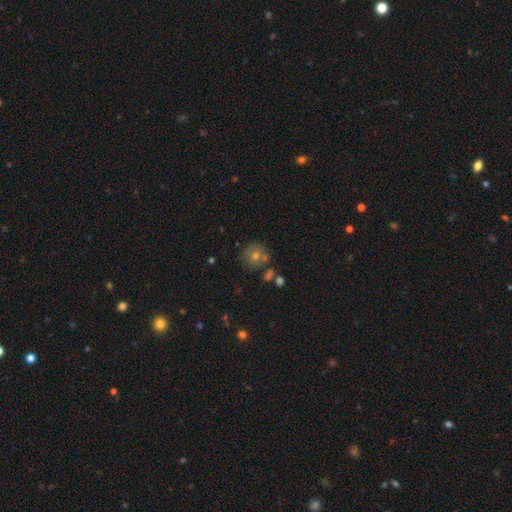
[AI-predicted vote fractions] Q: Smooth or featured?
A: smooth (54%); runner-up: star or artifact (24%)
Q: How rounded?
A: round (91%); runner-up: in between (8%)
Q: Merging?
A: none (75%); runner-up: minor disturbance (11%)